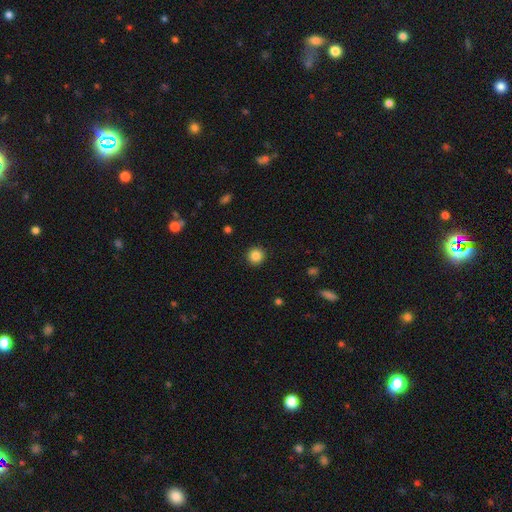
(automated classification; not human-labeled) Morphology: type=smooth (86%); roundness=round (95%); merging=none (92%).